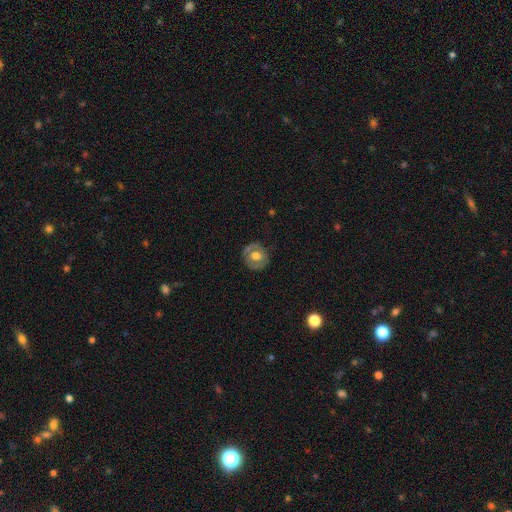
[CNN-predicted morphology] smooth_or_featured: smooth (p=0.53) [alt: featured or disk p=0.40]
how_rounded: round (p=0.88) [alt: in between p=0.11]
merging: none (p=0.80) [alt: minor disturbance p=0.15]